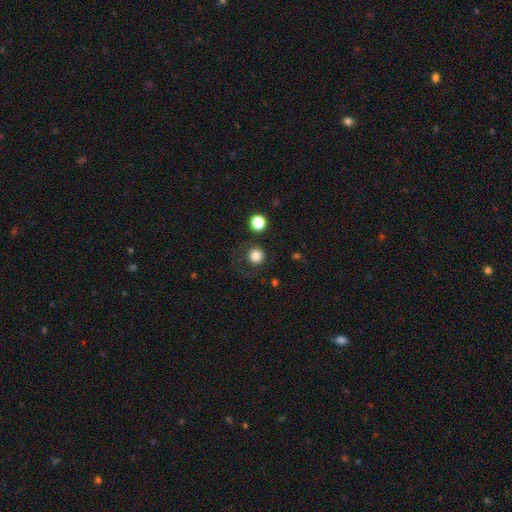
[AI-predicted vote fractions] A smooth galaxy with no disk features (83%) that is round (94%).

Vote fractions:
- Smooth or featured? smooth: 83% / star or artifact: 12% / featured or disk: 5%
- How rounded? round: 94% / in between: 5% / cigar-shaped: 1%
- Merging? none: 78% / minor disturbance: 10% / major disturbance: 8% / merger: 4%